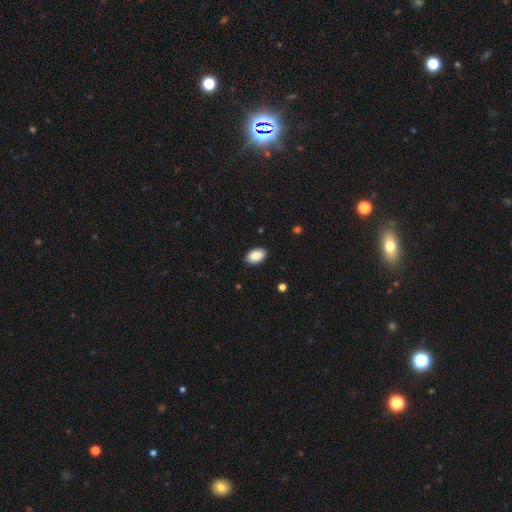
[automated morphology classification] The model was most divided on "merging": none: 89%, minor disturbance: 8%, major disturbance: 2%, merger: 1%. More confident: how rounded — in between (93%); smooth or featured — smooth (90%).